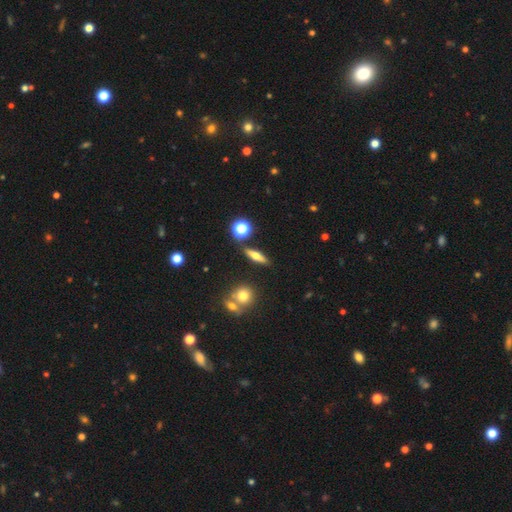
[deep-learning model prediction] Smooth or featured? featured or disk (48%)
Merging? none (84%)